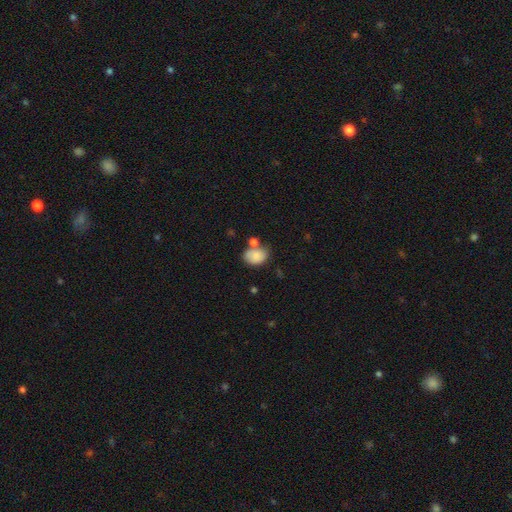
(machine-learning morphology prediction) Overall: smooth (82%). How rounded: in between (69%; round 30%). Merging: none (48%; merger 25%).